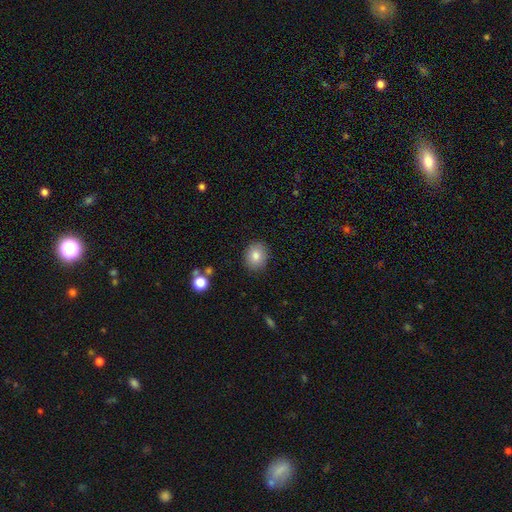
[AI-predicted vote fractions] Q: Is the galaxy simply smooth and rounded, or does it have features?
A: smooth — 81%.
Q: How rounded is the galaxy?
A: round — 62%.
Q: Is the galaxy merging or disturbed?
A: none — 87%.